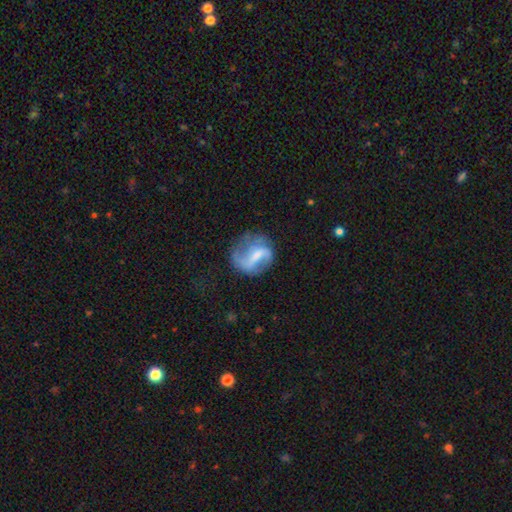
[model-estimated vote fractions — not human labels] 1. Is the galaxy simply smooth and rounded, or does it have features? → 69% featured or disk, 24% smooth, 8% star or artifact.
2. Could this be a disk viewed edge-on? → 97% no, 3% yes.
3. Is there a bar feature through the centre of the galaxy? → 46% weak, 35% strong, 19% no.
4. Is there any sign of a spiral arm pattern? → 81% yes, 19% no.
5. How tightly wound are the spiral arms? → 57% loose, 32% medium, 11% tight.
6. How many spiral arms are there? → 69% 2, 12% can't tell, 11% 1, 4% 3, 2% 4, 2% more than 4.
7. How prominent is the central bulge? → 39% small, 31% moderate, 23% none, 5% large, 1% dominant.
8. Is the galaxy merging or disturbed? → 54% none, 22% minor disturbance, 22% major disturbance, 2% merger.